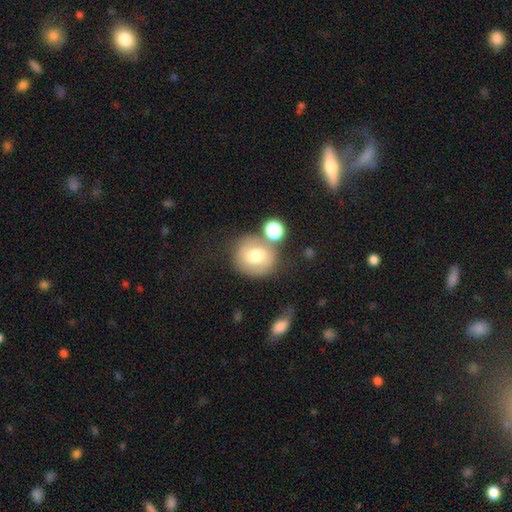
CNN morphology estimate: Smooth or featured? Predicted: smooth (p=0.65). How rounded? Predicted: round (p=0.79). Merging? Predicted: none (p=0.62).